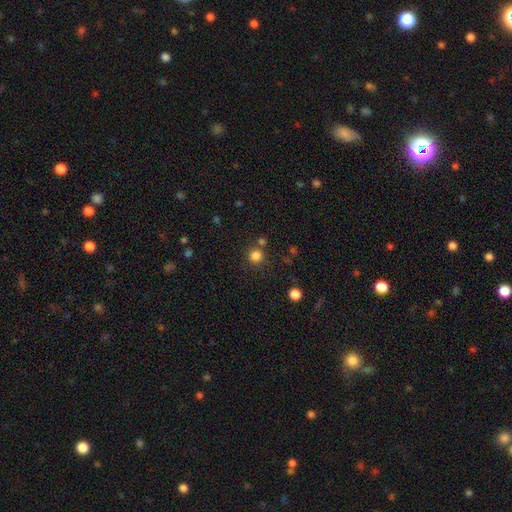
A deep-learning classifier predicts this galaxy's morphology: Overall: smooth (82%). How rounded: round (92%). Merging: none (75%).